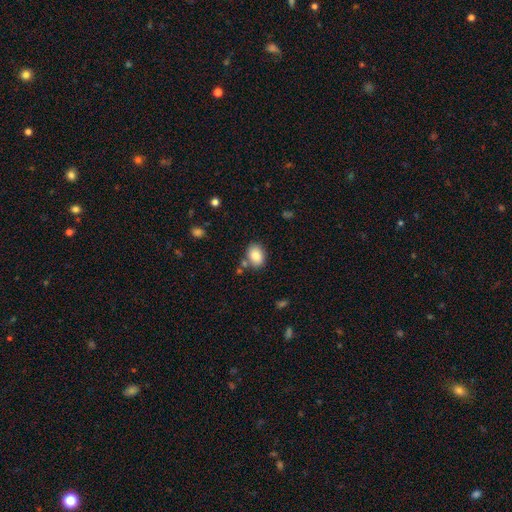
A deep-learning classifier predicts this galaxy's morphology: Q: Smooth or featured?
A: smooth (85%); runner-up: star or artifact (8%)
Q: How rounded?
A: in between (71%); runner-up: round (28%)
Q: Merging?
A: none (77%); runner-up: minor disturbance (12%)